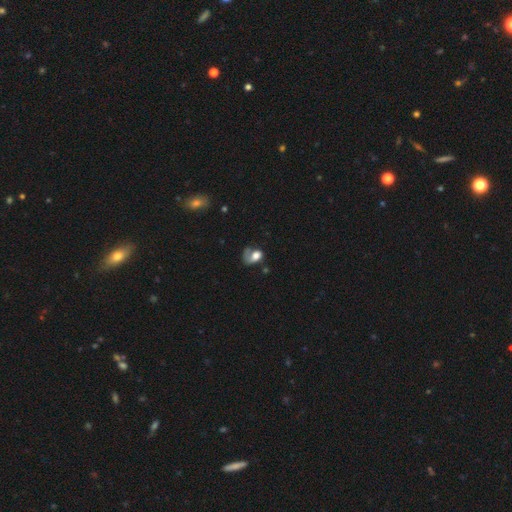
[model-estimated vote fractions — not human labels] Q: Smooth or featured?
A: smooth (56%); runner-up: featured or disk (34%)
Q: How rounded?
A: in between (70%); runner-up: round (29%)
Q: Merging?
A: major disturbance (45%); runner-up: none (24%)